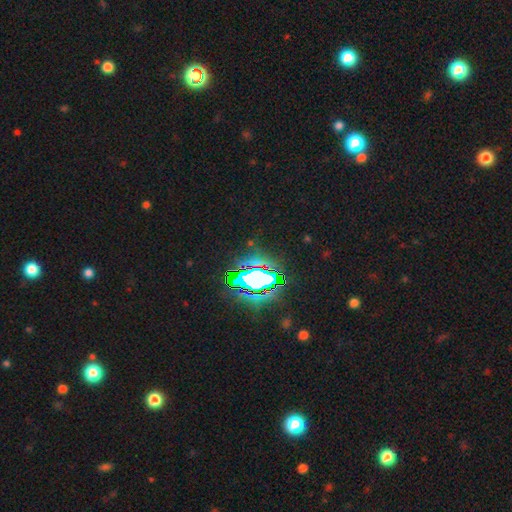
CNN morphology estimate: star or artifact 79%, smooth 12%, featured or disk 10%.